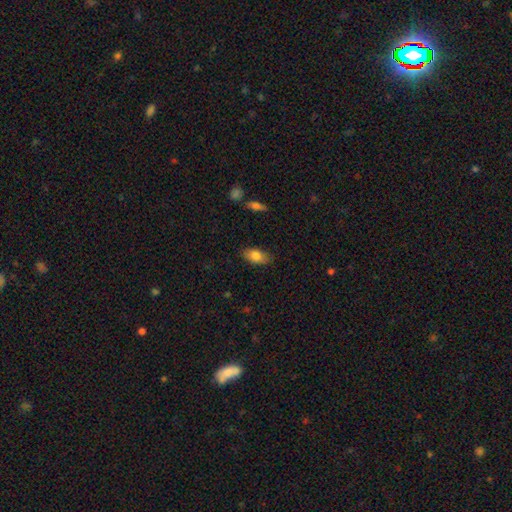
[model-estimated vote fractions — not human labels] A smooth galaxy with no disk features (81%) that is in between round and cigar-shaped (90%). Merging: none (84%).